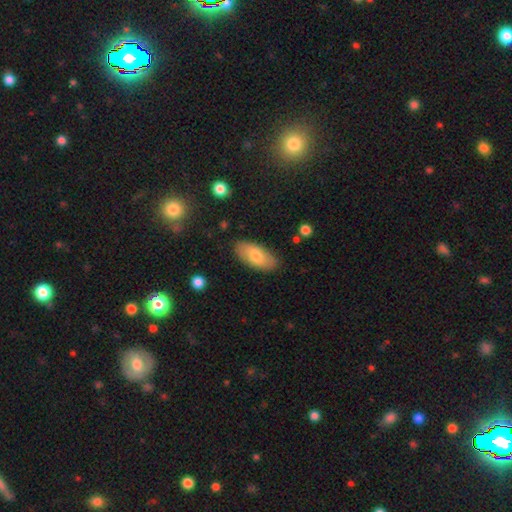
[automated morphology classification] type=smooth (69%); roundness=in between (92%); merging=none (84%).